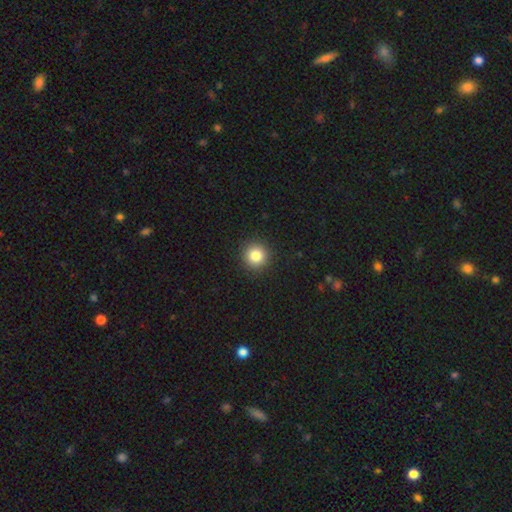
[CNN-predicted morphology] Smooth or featured?
  - smooth: 83% *
  - star or artifact: 11%
  - featured or disk: 6%
How rounded?
  - round: 94% *
  - in between: 5%
  - cigar-shaped: 1%
Merging?
  - none: 92% *
  - minor disturbance: 5%
  - major disturbance: 2%
  - merger: 1%